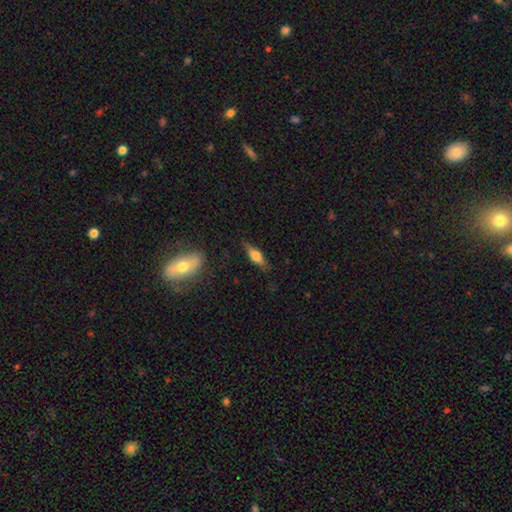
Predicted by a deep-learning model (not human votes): This appears to be a smooth galaxy with no disk features (48%). Merging: none (81%).